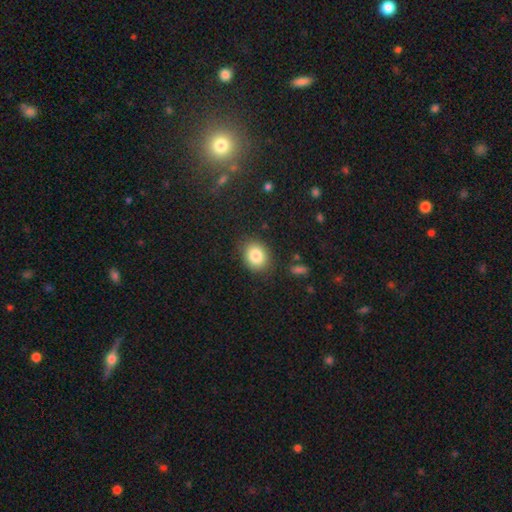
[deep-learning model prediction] Q: Smooth or featured?
A: smooth (84%); runner-up: star or artifact (9%)
Q: How rounded?
A: round (54%); runner-up: in between (45%)
Q: Merging?
A: none (84%); runner-up: minor disturbance (11%)